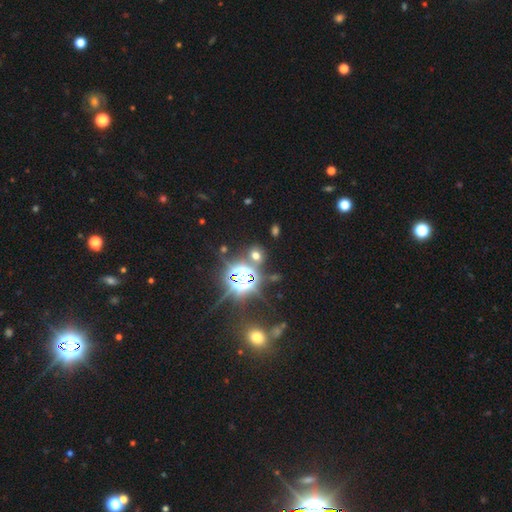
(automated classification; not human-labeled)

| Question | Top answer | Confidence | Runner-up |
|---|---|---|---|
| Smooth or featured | star or artifact | 52% | smooth (39%) |